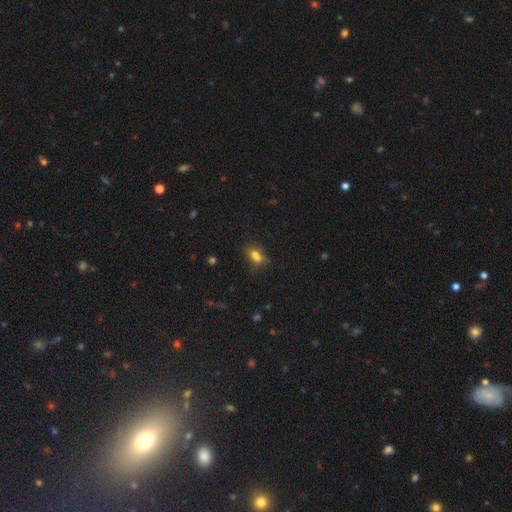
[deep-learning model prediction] Q: Smooth or featured?
A: smooth (71%); runner-up: star or artifact (16%)
Q: How rounded?
A: in between (74%); runner-up: round (17%)
Q: Merging?
A: none (49%); runner-up: merger (22%)